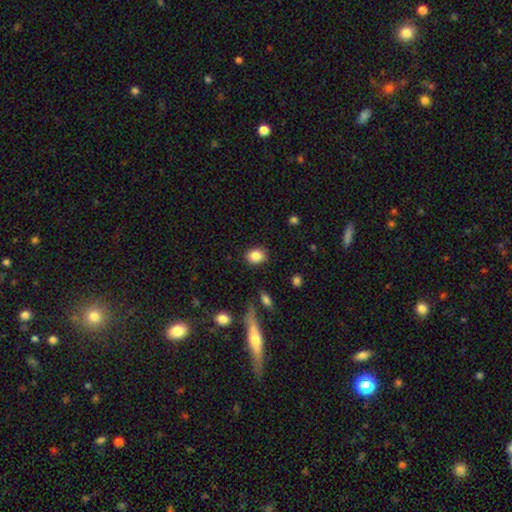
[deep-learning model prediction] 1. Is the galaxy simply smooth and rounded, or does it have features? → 85% smooth, 9% star or artifact, 6% featured or disk.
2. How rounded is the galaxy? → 51% round, 48% in between, 1% cigar-shaped.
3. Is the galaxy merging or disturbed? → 86% none, 10% minor disturbance, 3% major disturbance, 2% merger.